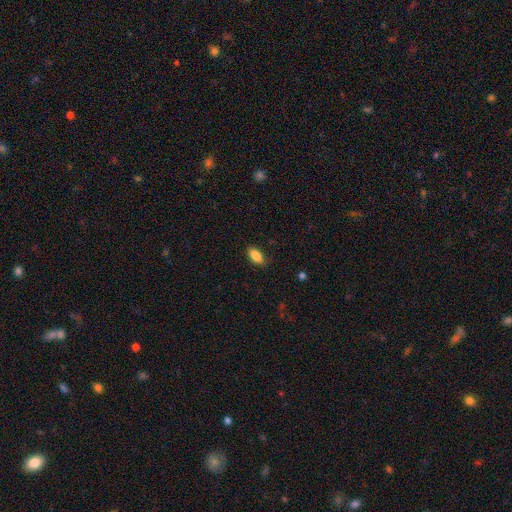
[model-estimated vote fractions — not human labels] Smooth or featured?
  - smooth: 87% *
  - star or artifact: 7%
  - featured or disk: 6%
How rounded?
  - in between: 89% *
  - cigar-shaped: 8%
  - round: 3%
Merging?
  - none: 86% *
  - minor disturbance: 11%
  - major disturbance: 2%
  - merger: 1%